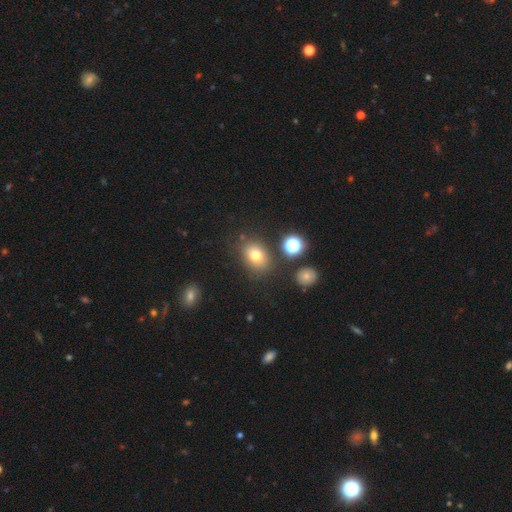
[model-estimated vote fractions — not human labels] smooth 74%, star or artifact 15%, featured or disk 11%. Down the decision tree: how rounded — in between (60%); merging — none (78%).